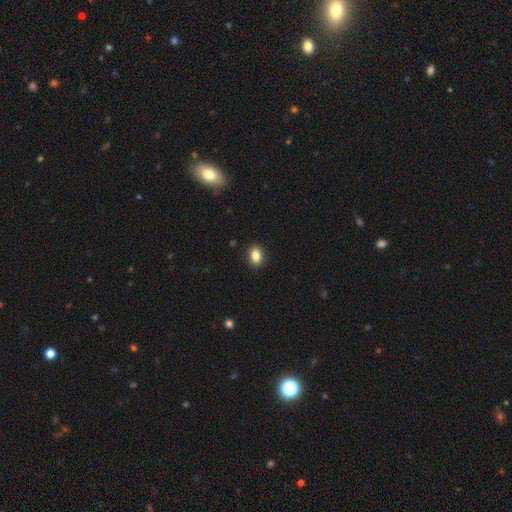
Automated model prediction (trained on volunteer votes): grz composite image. It shows a smooth galaxy with no disk features (86%) that is in between round and cigar-shaped (73%). Merging: none (90%).